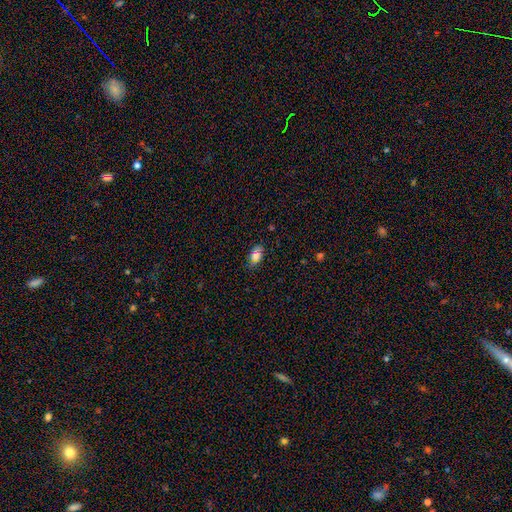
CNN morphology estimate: Q: Smooth or featured?
A: smooth (82%); runner-up: featured or disk (10%)
Q: How rounded?
A: in between (90%); runner-up: round (6%)
Q: Merging?
A: none (78%); runner-up: minor disturbance (18%)